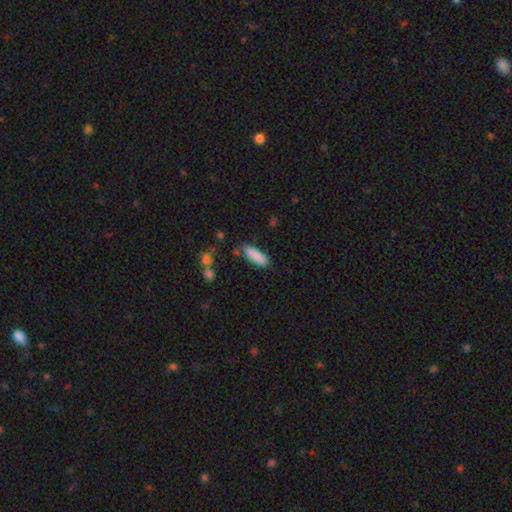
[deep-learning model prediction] smooth_or_featured: smooth (p=0.88) [alt: star or artifact p=0.06]
how_rounded: cigar-shaped (p=0.49) [tied with: in between p=0.49]
merging: none (p=0.83) [alt: minor disturbance p=0.12]